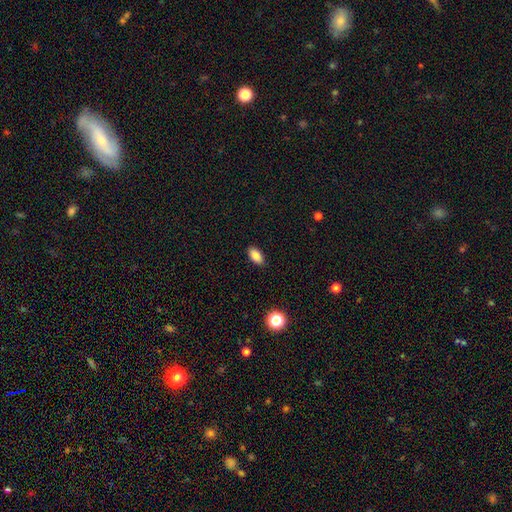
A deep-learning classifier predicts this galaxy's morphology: Smooth or featured? smooth (85%)
How rounded? in between (91%)
Merging? none (88%)